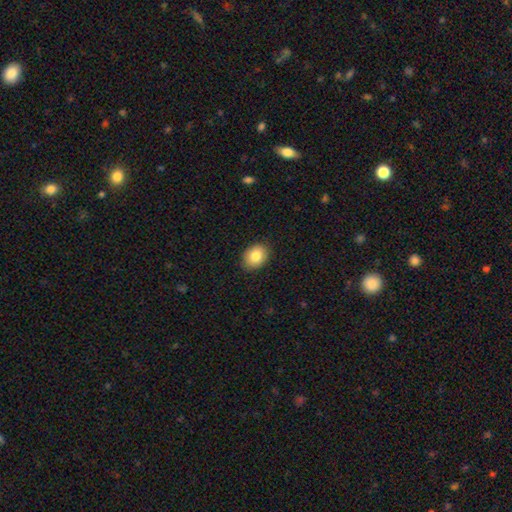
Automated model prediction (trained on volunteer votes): Smooth or featured?
  - smooth: 83% *
  - featured or disk: 8%
  - star or artifact: 8%
How rounded?
  - in between: 55% *
  - round: 44%
  - cigar-shaped: 1%
Merging?
  - none: 88% *
  - minor disturbance: 9%
  - major disturbance: 2%
  - merger: 1%